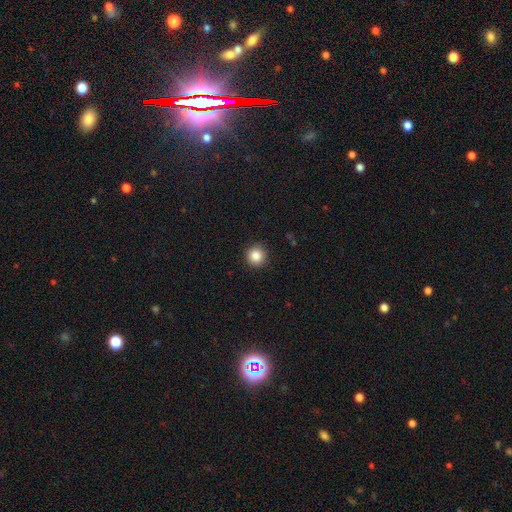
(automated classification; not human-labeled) Q: Smooth or featured?
A: smooth (86%); runner-up: star or artifact (10%)
Q: How rounded?
A: round (95%); runner-up: in between (4%)
Q: Merging?
A: none (91%); runner-up: minor disturbance (6%)